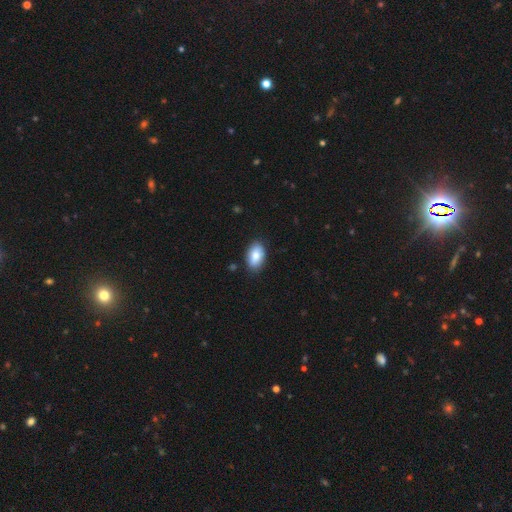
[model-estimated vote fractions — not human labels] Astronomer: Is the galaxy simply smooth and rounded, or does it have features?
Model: smooth — 84%.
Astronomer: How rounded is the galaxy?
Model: in between — 93%.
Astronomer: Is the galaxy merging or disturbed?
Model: none — 85%.